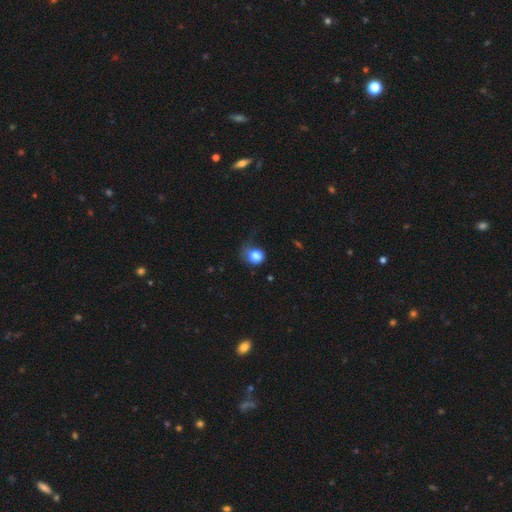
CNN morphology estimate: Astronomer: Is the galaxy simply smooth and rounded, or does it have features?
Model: smooth — 83%.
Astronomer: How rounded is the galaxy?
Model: round — 74%.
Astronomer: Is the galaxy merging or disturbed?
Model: none — 39% (runner-up: minor disturbance, 31%).